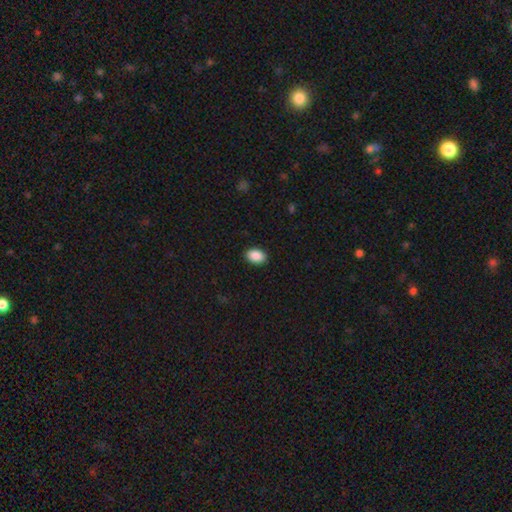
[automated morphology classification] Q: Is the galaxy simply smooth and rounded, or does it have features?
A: smooth — 90%.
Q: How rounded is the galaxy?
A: in between — 85%.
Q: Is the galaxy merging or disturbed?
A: none — 90%.